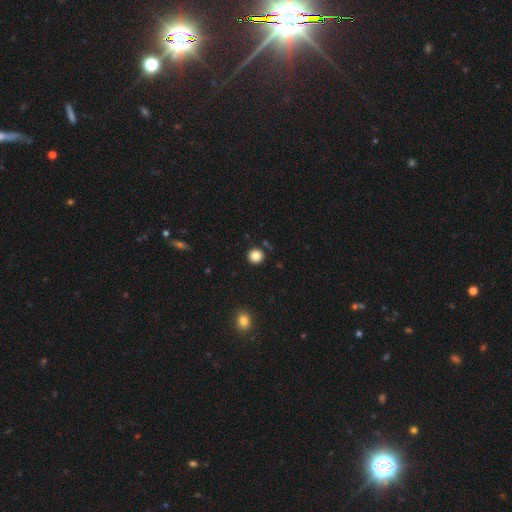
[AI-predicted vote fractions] A smooth galaxy with no disk features (85%) that is round (93%). Merging: none (91%).